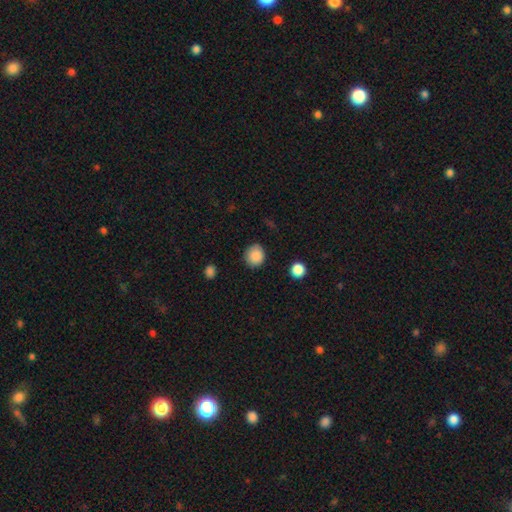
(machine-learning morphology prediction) type=smooth (88%); roundness=round (80%); merging=none (84%).